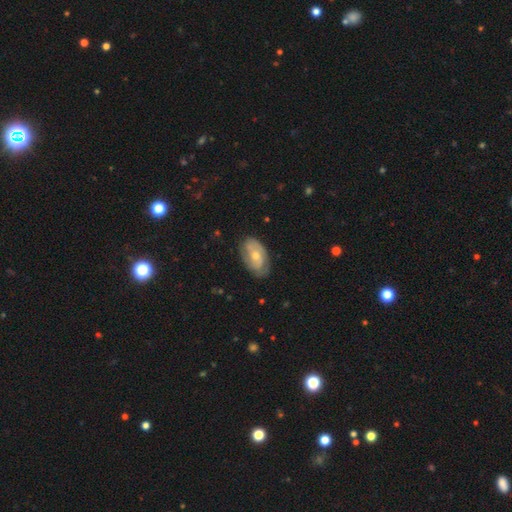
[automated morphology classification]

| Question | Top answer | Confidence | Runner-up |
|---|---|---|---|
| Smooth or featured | featured or disk | 55% | smooth (39%) |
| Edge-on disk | no | 94% | yes (6%) |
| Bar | no | 68% | weak (27%) |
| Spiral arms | yes | 75% | no (25%) |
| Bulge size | moderate | 53% | small (42%) |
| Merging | none | 72% | minor disturbance (22%) |